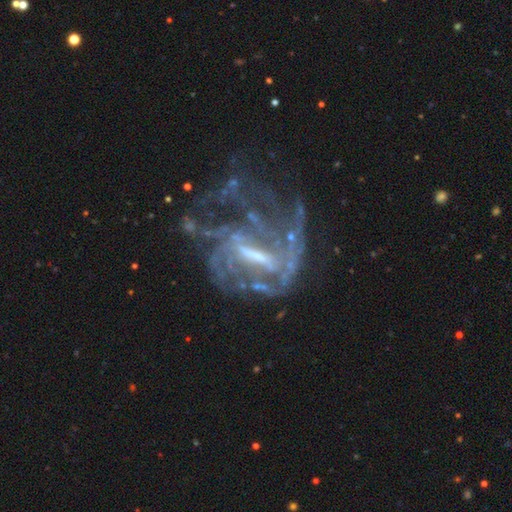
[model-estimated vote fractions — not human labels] Smooth or featured: featured or disk — 86% (star or artifact — 9%)
Edge-on disk: no — 95% (yes — 5%)
Bar: strong — 58% (weak — 31%)
Spiral arms: yes — 88% (no — 12%)
Spiral winding: tight — 41% (medium — 39%)
Spiral arm count: can't tell — 37% (2 — 21%)
Bulge size: moderate — 37% (tied with small — 37%)
Merging: major disturbance — 38% (tied with none — 38%)